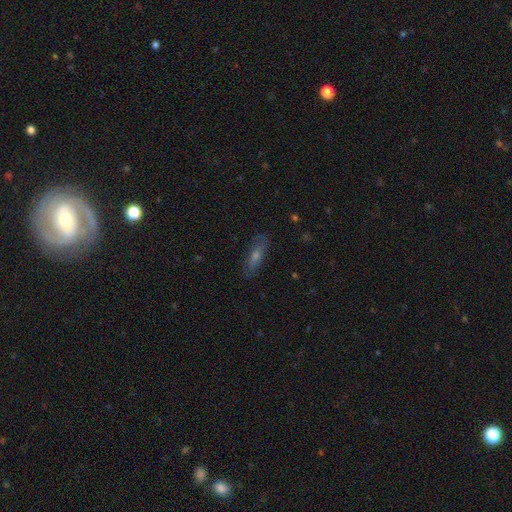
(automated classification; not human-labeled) Smooth or featured: smooth — 51% (featured or disk — 36%)
How rounded: cigar-shaped — 53% (in between — 43%)
Merging: none — 84% (minor disturbance — 12%)